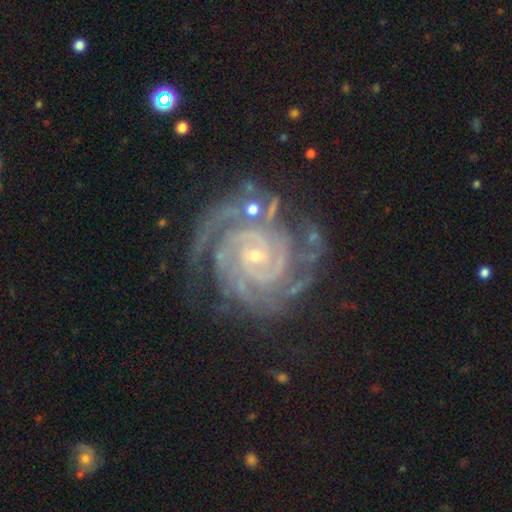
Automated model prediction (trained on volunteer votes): A featured or disk galaxy (92%) with no bar (51%), 2 (36%) tight (79%) spiral arms (99%) and a small central bulge (75%).

Vote fractions:
- Smooth or featured? featured or disk: 92% / star or artifact: 5% / smooth: 2%
- Edge-on disk? no: 98% / yes: 2%
- Bar? no: 51% / weak: 36% / strong: 13%
- Spiral arms? yes: 99% / no: 1%
- Spiral winding? tight: 79% / medium: 19% / loose: 2%
- Spiral arm count? 2: 36% / 3: 23% / 4: 15% / can't tell: 12% / more than 4: 8% / 1: 6%
- Bulge size? small: 75% / moderate: 21% / none: 2% / large: 1% / dominant: 1%
- Merging? none: 72% / minor disturbance: 18% / major disturbance: 8% / merger: 3%